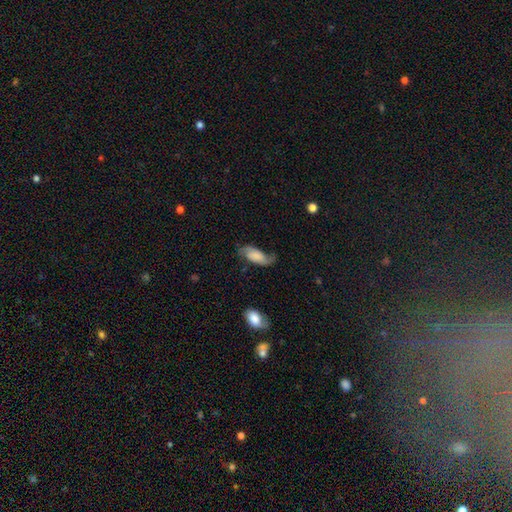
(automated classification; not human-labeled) Smooth or featured: featured or disk — 55% (smooth — 37%)
Edge-on disk: no — 92% (yes — 8%)
Bar: no — 60% (weak — 29%)
Spiral arms: yes — 91% (no — 9%)
Bulge size: none — 40% (small — 20%)
Merging: none — 61% (minor disturbance — 24%)